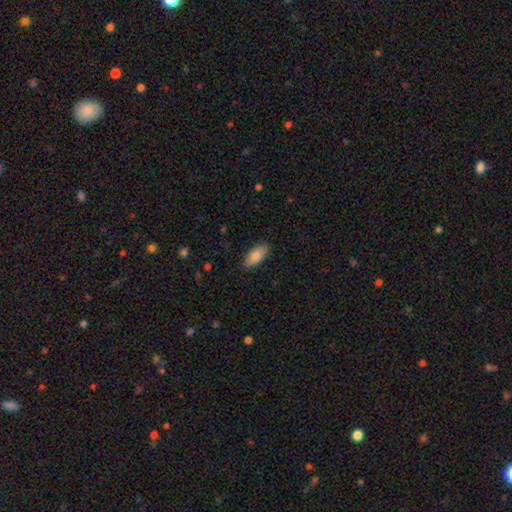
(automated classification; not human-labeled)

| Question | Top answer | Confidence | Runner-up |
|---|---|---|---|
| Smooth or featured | smooth | 80% | featured or disk (14%) |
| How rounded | in between | 88% | cigar-shaped (9%) |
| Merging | none | 87% | minor disturbance (10%) |